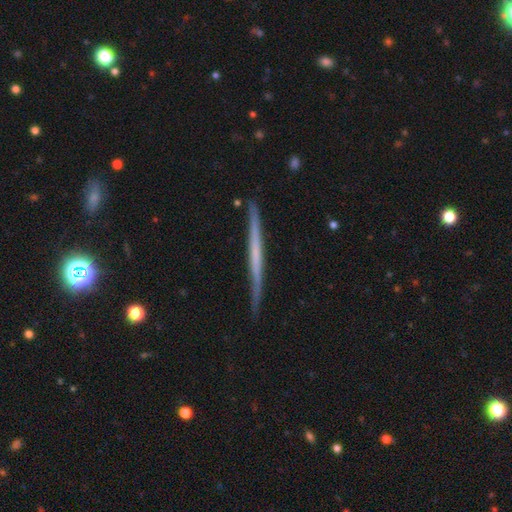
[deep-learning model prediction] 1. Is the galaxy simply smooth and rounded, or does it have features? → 61% featured or disk, 33% smooth, 5% star or artifact.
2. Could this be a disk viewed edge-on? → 97% yes, 3% no.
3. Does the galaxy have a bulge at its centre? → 87% none, 8% rounded, 5% boxy.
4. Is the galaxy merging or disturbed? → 87% none, 10% minor disturbance, 2% major disturbance, 1% merger.